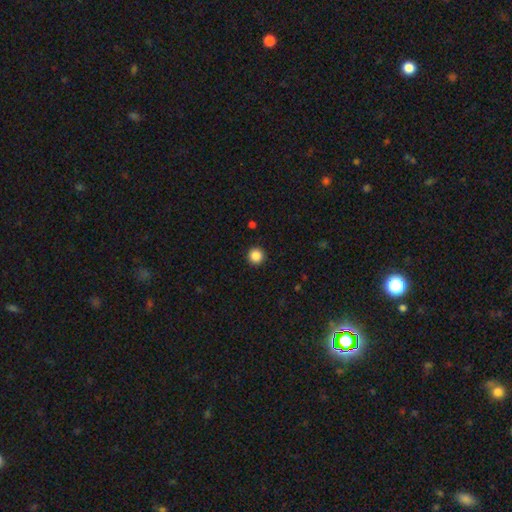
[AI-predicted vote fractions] The model was most divided on "smooth or featured": smooth: 86%, star or artifact: 10%, featured or disk: 3%. More confident: how rounded — round (96%); merging — none (93%).